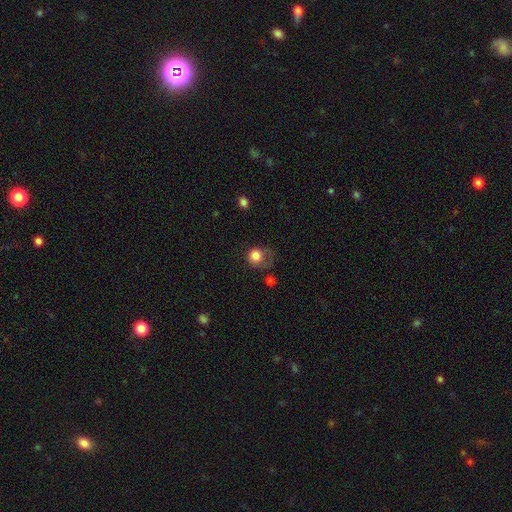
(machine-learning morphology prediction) Q: Smooth or featured?
A: smooth (81%); runner-up: star or artifact (10%)
Q: How rounded?
A: round (80%); runner-up: in between (19%)
Q: Merging?
A: none (38%); runner-up: major disturbance (30%)